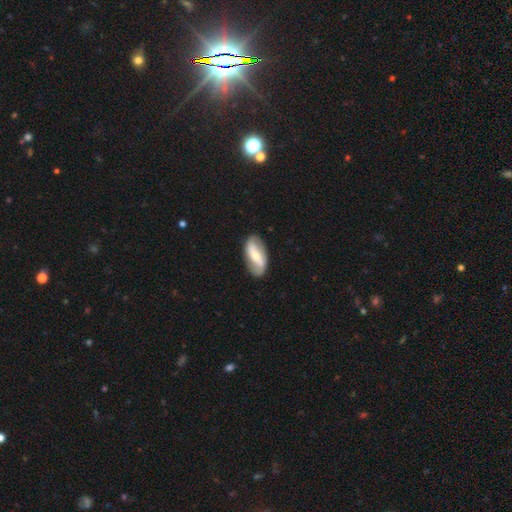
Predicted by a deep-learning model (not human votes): Morphology: type=featured or disk (65%); edge-on=no (91%); bar=strong (55%); spiral arms=yes (73%); bulge=small (50%); merging=none (84%).